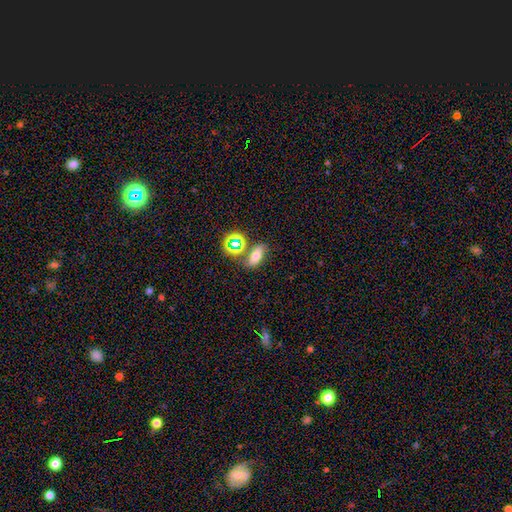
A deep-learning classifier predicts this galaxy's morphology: A smooth galaxy with no disk features (61%) that is in between round and cigar-shaped (73%).

Vote fractions:
- Smooth or featured? smooth: 61% / star or artifact: 20% / featured or disk: 19%
- How rounded? in between: 73% / cigar-shaped: 14% / round: 13%
- Merging? none: 67% / merger: 15% / minor disturbance: 13% / major disturbance: 5%